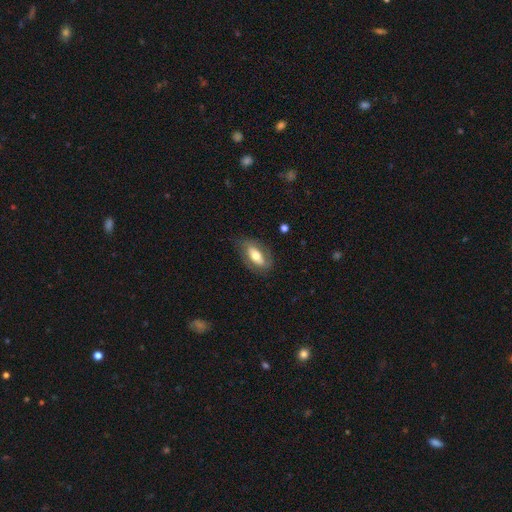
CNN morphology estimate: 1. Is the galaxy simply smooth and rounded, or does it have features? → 47% featured or disk (tied), 47% smooth (tied), 6% star or artifact.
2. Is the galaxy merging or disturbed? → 73% none, 18% minor disturbance, 8% major disturbance, 1% merger.